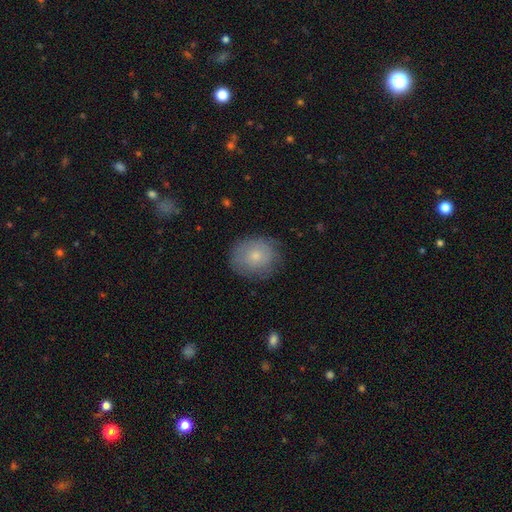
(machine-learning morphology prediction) smooth 72%, featured or disk 20%, star or artifact 8%. Down the decision tree: how rounded — round (71%); merging — none (75%).